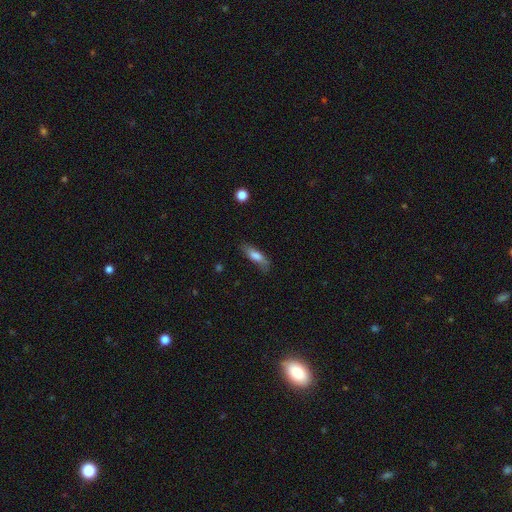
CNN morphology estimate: This is likely a smooth galaxy (72%). How rounded: possibly cigar-shaped (52%). Merging: likely none (72%).